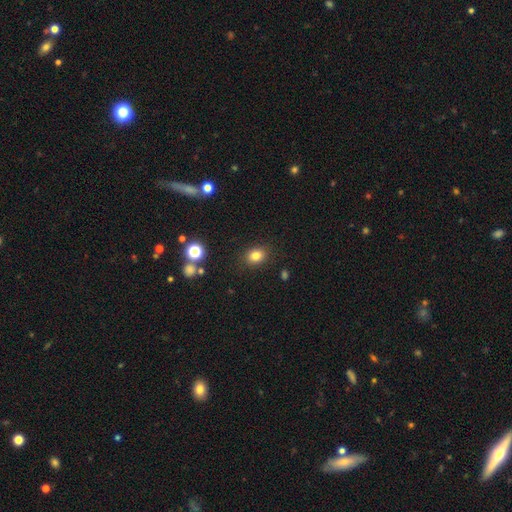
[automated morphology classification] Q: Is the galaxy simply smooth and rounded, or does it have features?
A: smooth — 81%.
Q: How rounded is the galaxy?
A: in between — 54%.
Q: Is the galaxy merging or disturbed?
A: none — 87%.